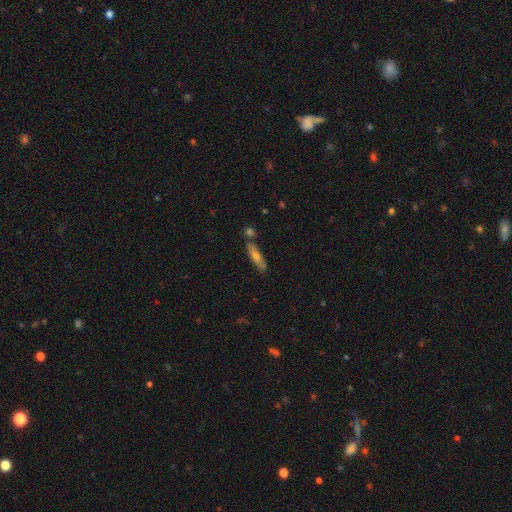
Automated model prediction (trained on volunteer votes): Q: Smooth or featured?
A: smooth (54%); runner-up: featured or disk (39%)
Q: How rounded?
A: cigar-shaped (72%); runner-up: in between (25%)
Q: Merging?
A: none (76%); runner-up: minor disturbance (13%)